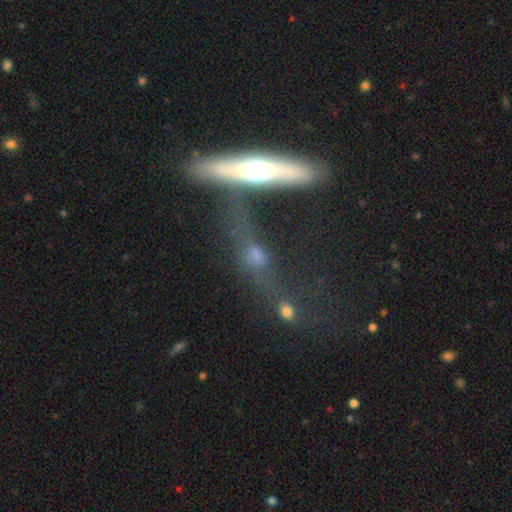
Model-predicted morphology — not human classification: type=featured or disk (51%); edge-on=yes (71%); merging=none (44%).